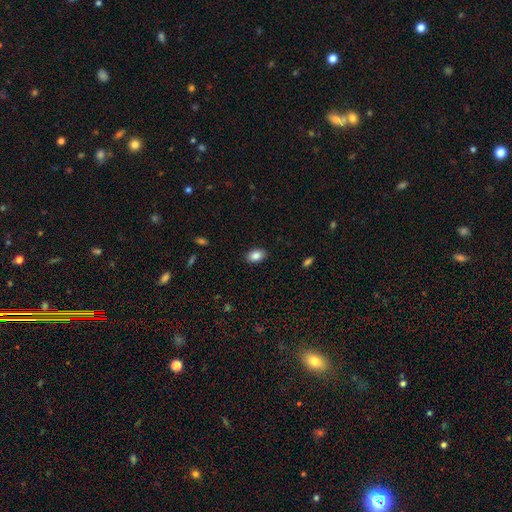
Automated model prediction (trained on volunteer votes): Smooth or featured: smooth — 86% (star or artifact — 8%)
How rounded: in between — 87% (round — 12%)
Merging: none — 88% (minor disturbance — 9%)